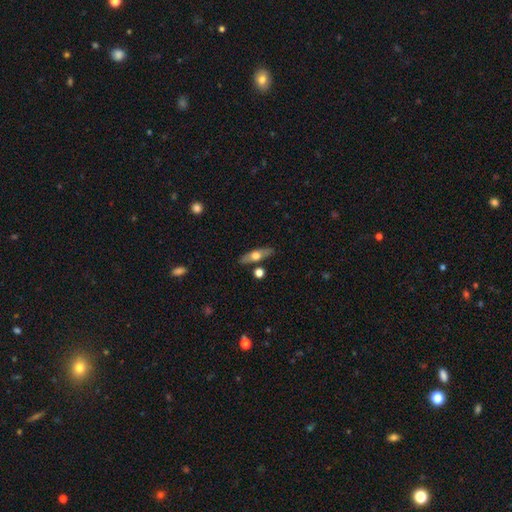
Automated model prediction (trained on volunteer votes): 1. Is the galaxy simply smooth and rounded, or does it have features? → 48% smooth, 45% featured or disk, 7% star or artifact.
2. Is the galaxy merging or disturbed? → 82% none, 10% minor disturbance, 5% merger, 2% major disturbance.